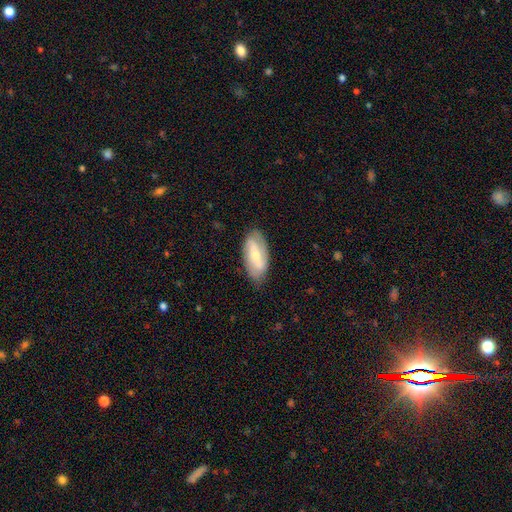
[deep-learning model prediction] featured or disk 63%, smooth 31%, star or artifact 5%. Down the decision tree: edge-on disk — no (90%); bar — strong (48%); spiral arms — yes (78%); bulge size — small (52%); merging — none (80%).